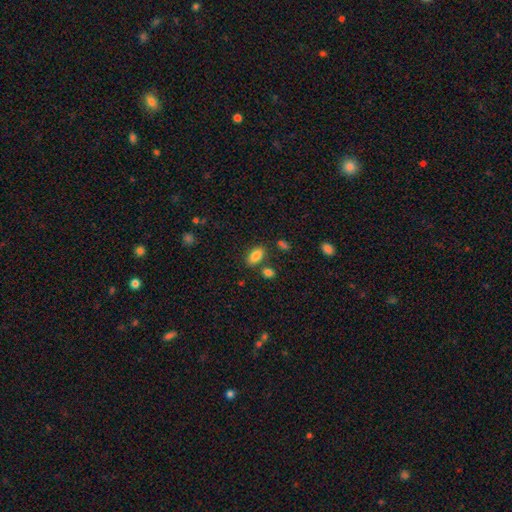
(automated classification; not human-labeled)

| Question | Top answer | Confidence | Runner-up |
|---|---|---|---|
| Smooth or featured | smooth | 85% | star or artifact (8%) |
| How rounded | in between | 90% | cigar-shaped (6%) |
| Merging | none | 78% | minor disturbance (11%) |